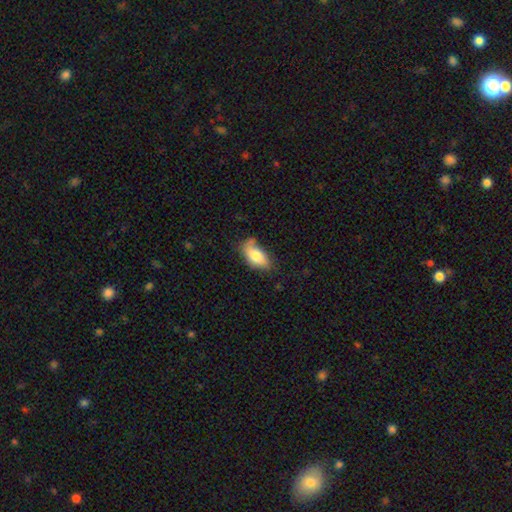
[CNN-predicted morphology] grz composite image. It shows a smooth galaxy with no disk features (78%) that is in between round and cigar-shaped (91%). Merging: none (54%).